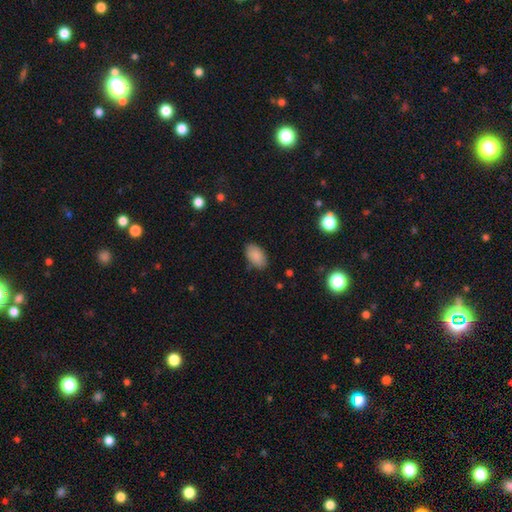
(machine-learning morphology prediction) This appears to be a smooth galaxy with no disk features (87%) that is in between round and cigar-shaped (94%). Merging: none (84%).